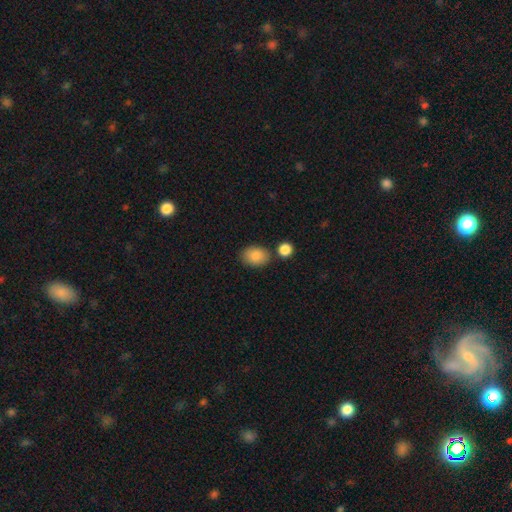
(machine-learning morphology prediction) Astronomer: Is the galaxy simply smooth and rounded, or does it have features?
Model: smooth — 86%.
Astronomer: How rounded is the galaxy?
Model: in between — 76%.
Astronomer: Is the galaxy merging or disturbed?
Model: none — 75%.